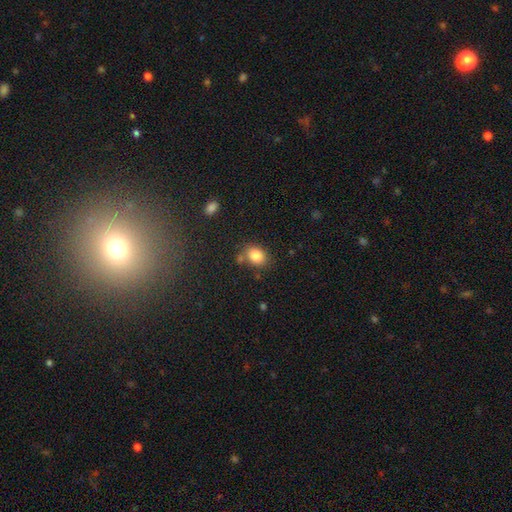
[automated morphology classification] This appears to be a smooth galaxy with no disk features (85%) that is in between round and cigar-shaped (61%). Merging: none (70%).